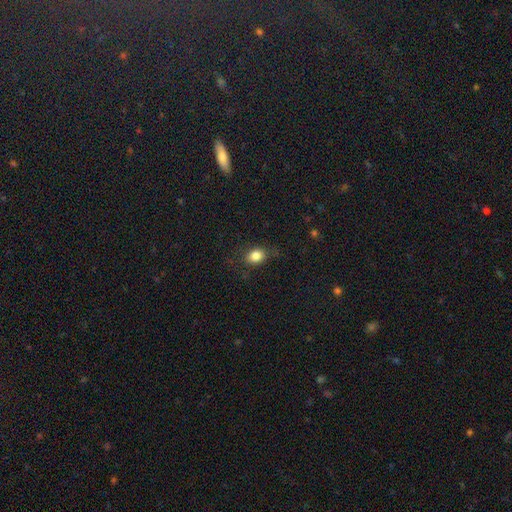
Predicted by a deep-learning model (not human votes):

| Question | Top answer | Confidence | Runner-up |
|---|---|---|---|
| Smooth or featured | smooth | 84% | star or artifact (10%) |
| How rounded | in between | 55% | round (44%) |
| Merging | none | 79% | minor disturbance (15%) |